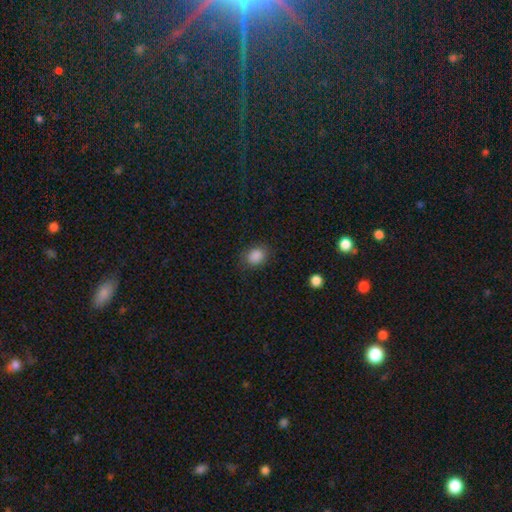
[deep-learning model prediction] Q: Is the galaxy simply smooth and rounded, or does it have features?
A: smooth — 86%.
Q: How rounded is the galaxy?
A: in between — 53%.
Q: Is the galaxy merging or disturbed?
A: none — 80%.